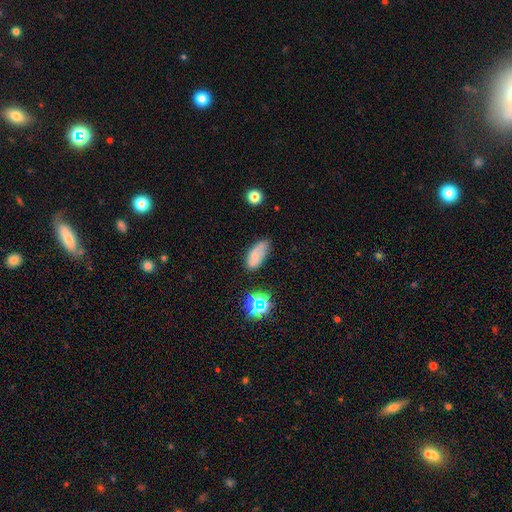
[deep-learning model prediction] A smooth galaxy with no disk features (66%) that is in between round and cigar-shaped (88%). Merging: none (66%).